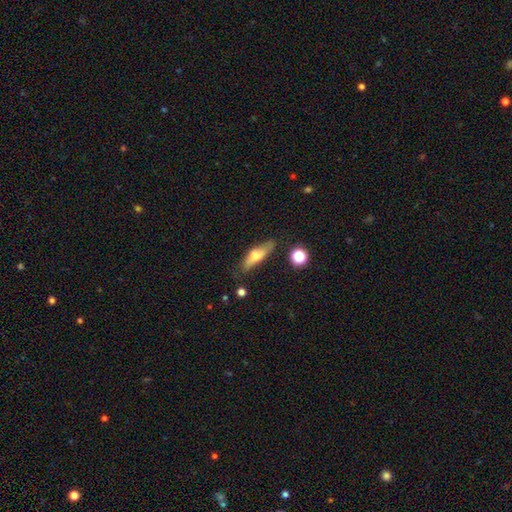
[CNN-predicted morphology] smooth-or-featured: smooth: 58% | featured or disk: 35% | star or artifact: 8%
  how-rounded: cigar-shaped: 53% | in between: 43% | round: 3%
  merging: none: 68% | minor disturbance: 22% | major disturbance: 6% | merger: 4%